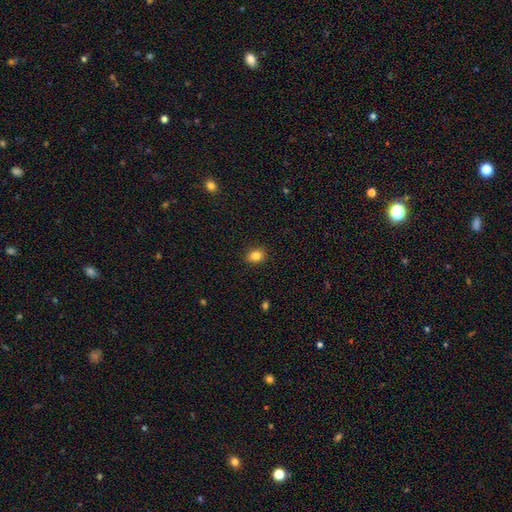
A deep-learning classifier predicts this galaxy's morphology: smooth 85%, star or artifact 10%, featured or disk 5%. Down the decision tree: how rounded — in between (50%); merging — none (87%).